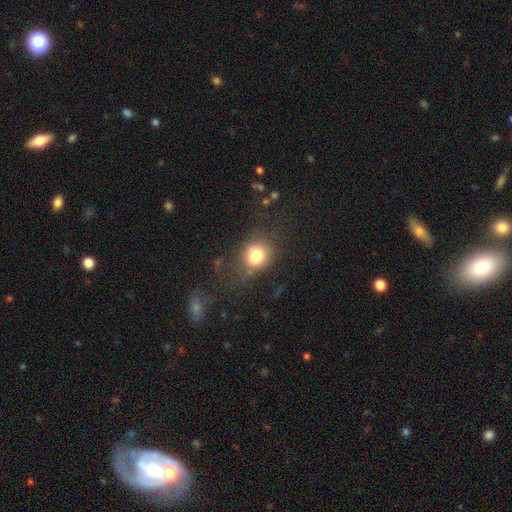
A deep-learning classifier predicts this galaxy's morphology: Smooth or featured?
  - smooth: 79% *
  - star or artifact: 11%
  - featured or disk: 10%
How rounded?
  - round: 64% *
  - in between: 35%
  - cigar-shaped: 1%
Merging?
  - none: 59% *
  - minor disturbance: 21%
  - major disturbance: 14%
  - merger: 5%